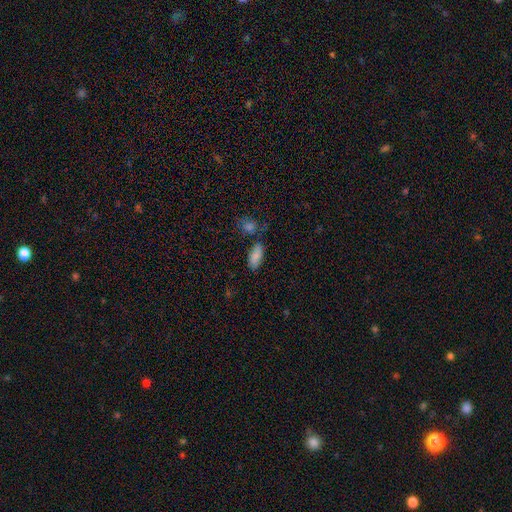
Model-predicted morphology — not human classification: Smooth or featured? smooth (84%)
How rounded? in between (87%)
Merging? none (70%)